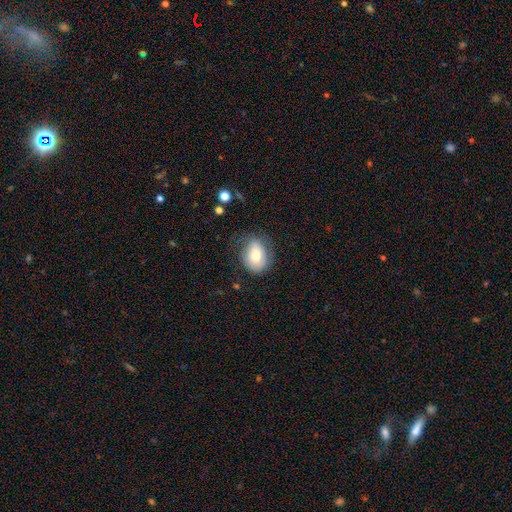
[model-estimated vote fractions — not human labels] smooth 67%, featured or disk 25%, star or artifact 8%. Down the decision tree: how rounded — in between (57%); merging — none (56%).